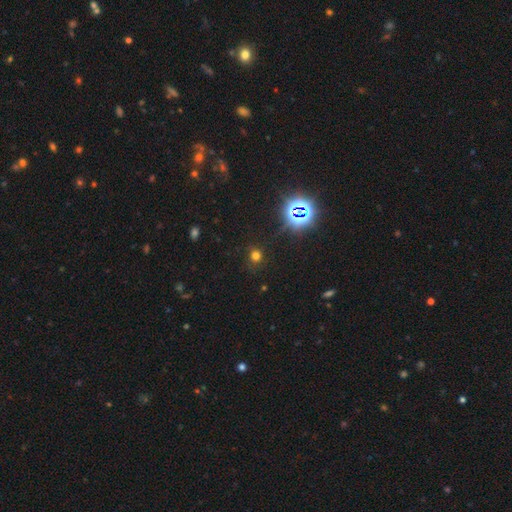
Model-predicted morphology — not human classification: Overall: smooth (60%; star or artifact 33%). How rounded: round (85%). Merging: none (81%).